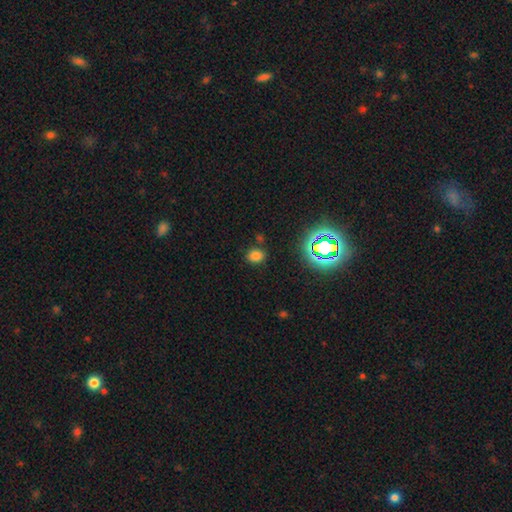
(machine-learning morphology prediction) Smooth or featured?
  - smooth: 71% *
  - star or artifact: 23%
  - featured or disk: 6%
How rounded?
  - round: 55% *
  - in between: 44%
  - cigar-shaped: 1%
Merging?
  - none: 80% *
  - minor disturbance: 11%
  - merger: 6%
  - major disturbance: 3%